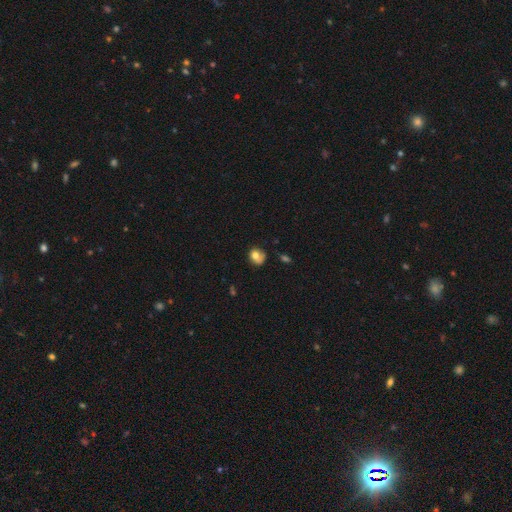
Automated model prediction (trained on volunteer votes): Smooth or featured? Predicted: smooth (p=0.70). How rounded? Predicted: round (p=0.61). Merging? Predicted: none (p=0.52).